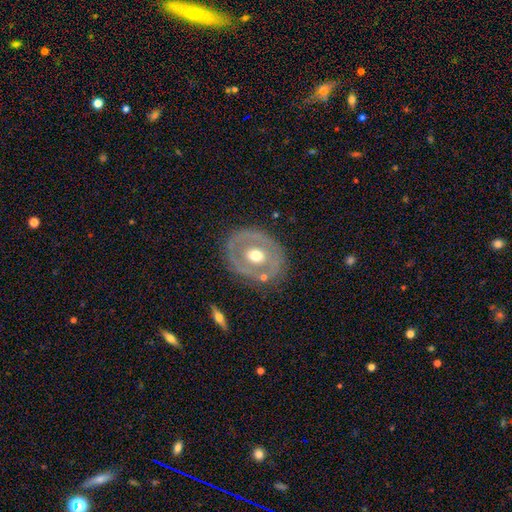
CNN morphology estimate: A featured or disk galaxy (59%) with no bar (76%), no spiral arms (83%) and a moderate central bulge (75%). Merging: none (74%).